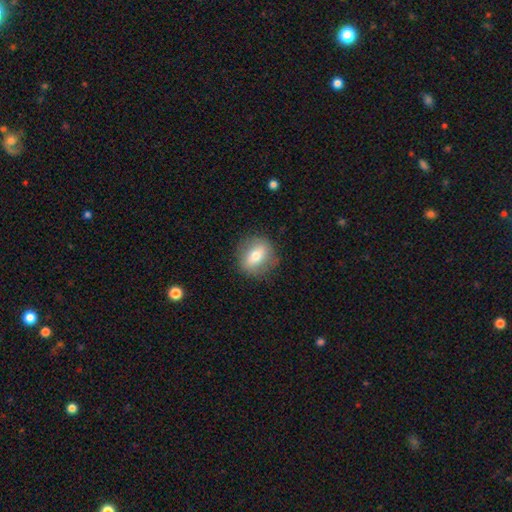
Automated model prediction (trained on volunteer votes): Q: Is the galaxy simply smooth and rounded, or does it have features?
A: smooth — 60%.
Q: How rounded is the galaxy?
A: round — 65%.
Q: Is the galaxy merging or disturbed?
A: none — 85%.